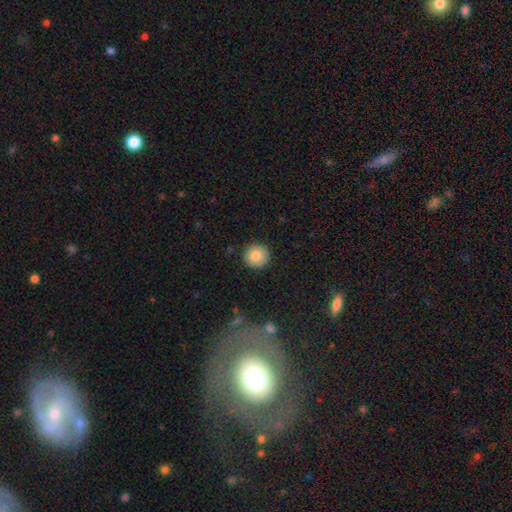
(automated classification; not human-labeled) Morphology: type=smooth (84%); roundness=round (94%); merging=none (91%).